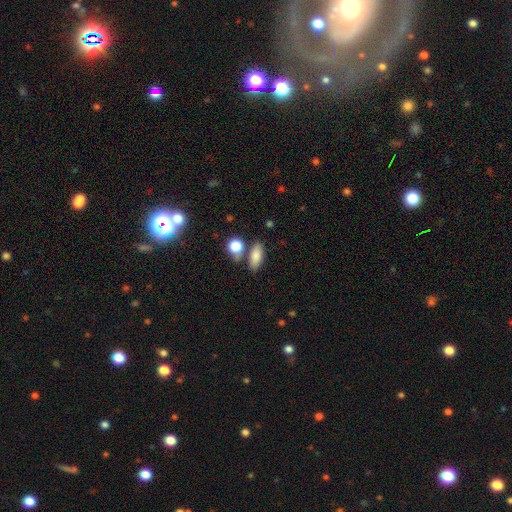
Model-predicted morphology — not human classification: Smooth or featured? Predicted: smooth (p=0.82). How rounded? Predicted: in between (p=0.74). Merging? Predicted: none (p=0.66).